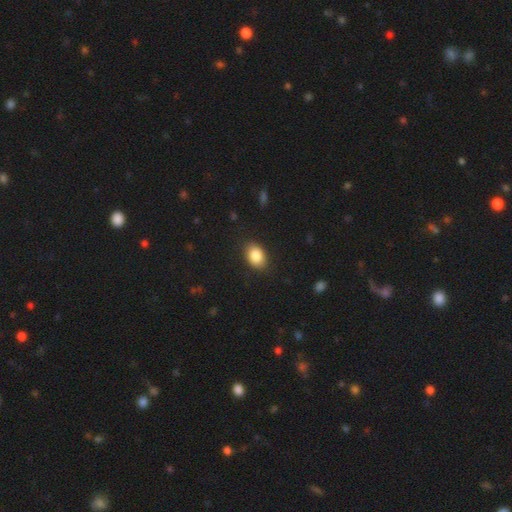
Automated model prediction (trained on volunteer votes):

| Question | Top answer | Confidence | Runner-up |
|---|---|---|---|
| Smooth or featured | smooth | 86% | star or artifact (8%) |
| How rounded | in between | 80% | round (19%) |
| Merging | none | 85% | minor disturbance (11%) |